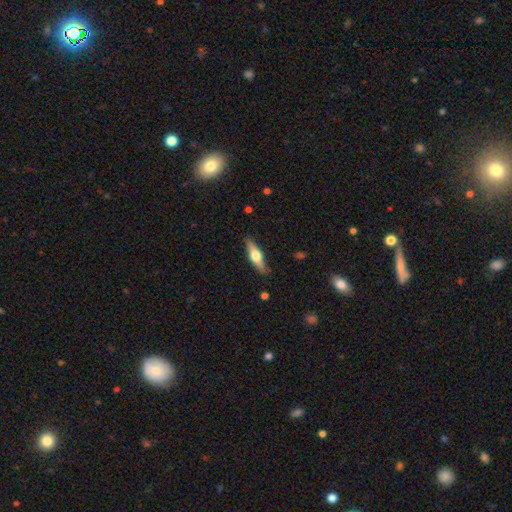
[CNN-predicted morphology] Smooth or featured? Predicted: featured or disk (p=0.59). Edge-on disk? Predicted: yes (p=0.92). Edge-on bulge? Predicted: rounded (p=0.93). Merging? Predicted: none (p=0.85).